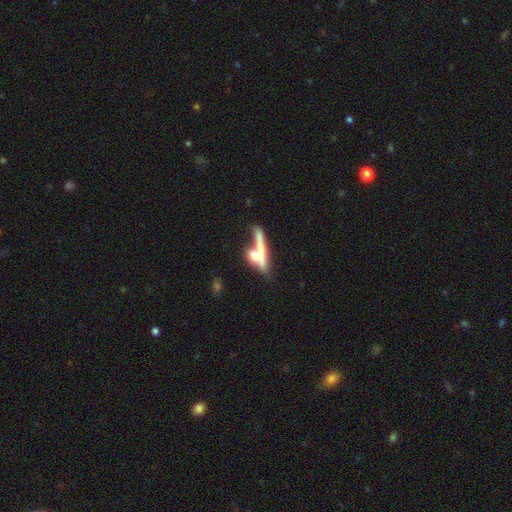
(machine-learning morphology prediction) Smooth or featured? Predicted: smooth (p=0.52). How rounded? Predicted: cigar-shaped (p=0.56). Merging? Predicted: merger (p=0.43).